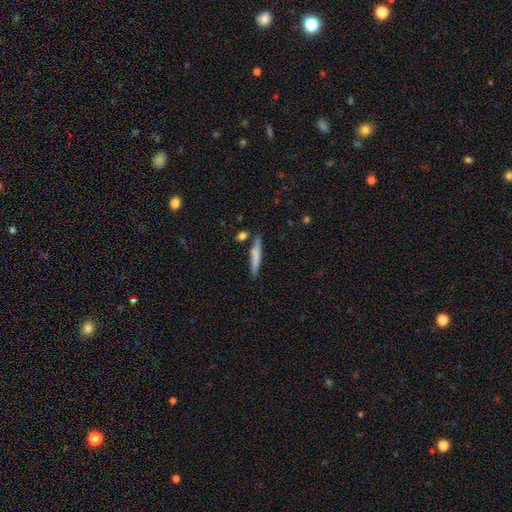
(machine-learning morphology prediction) Smooth or featured: smooth — 70% (featured or disk — 24%)
How rounded: cigar-shaped — 93% (in between — 6%)
Merging: none — 82% (minor disturbance — 11%)